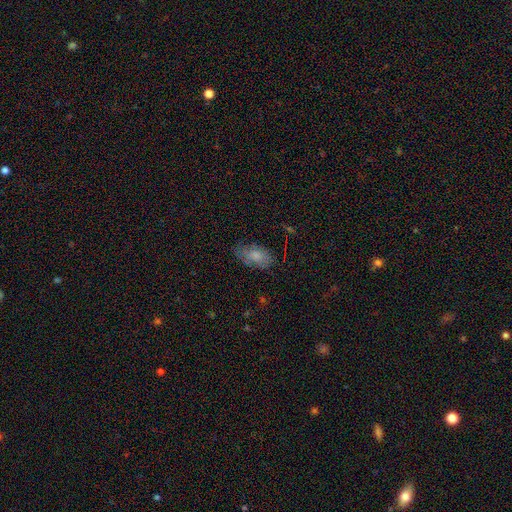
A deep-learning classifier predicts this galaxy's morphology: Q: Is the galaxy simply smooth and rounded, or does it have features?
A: smooth — 74%.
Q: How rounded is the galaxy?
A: in between — 92%.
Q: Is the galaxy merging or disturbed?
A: none — 69%.